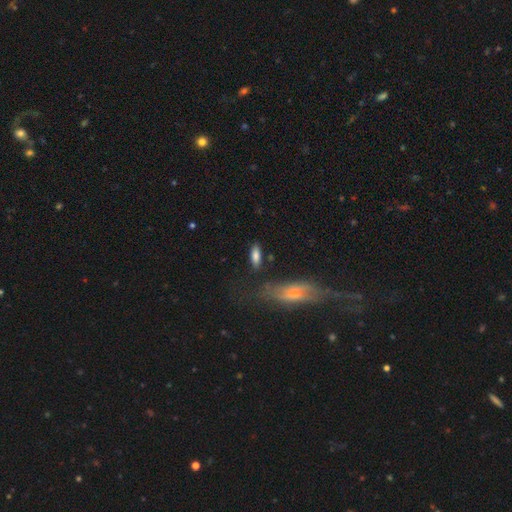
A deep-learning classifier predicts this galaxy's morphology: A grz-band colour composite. It shows a smooth galaxy with no disk features (79%) that is in between round and cigar-shaped (69%). Merging: none (76%).